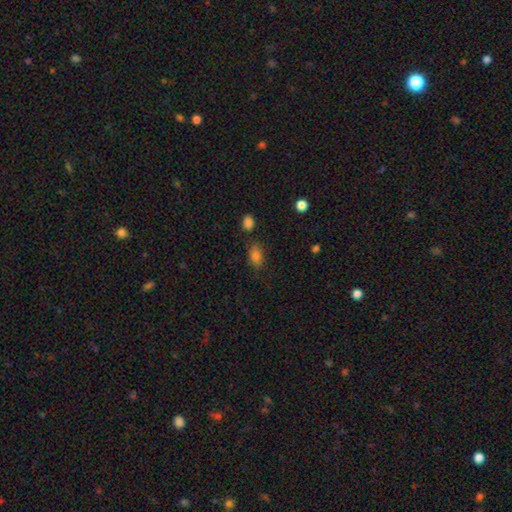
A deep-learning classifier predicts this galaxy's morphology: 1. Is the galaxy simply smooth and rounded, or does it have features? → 81% smooth, 13% star or artifact, 6% featured or disk.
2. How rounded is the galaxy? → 81% in between, 17% round, 2% cigar-shaped.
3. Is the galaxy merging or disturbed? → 75% none, 15% minor disturbance, 6% merger, 4% major disturbance.